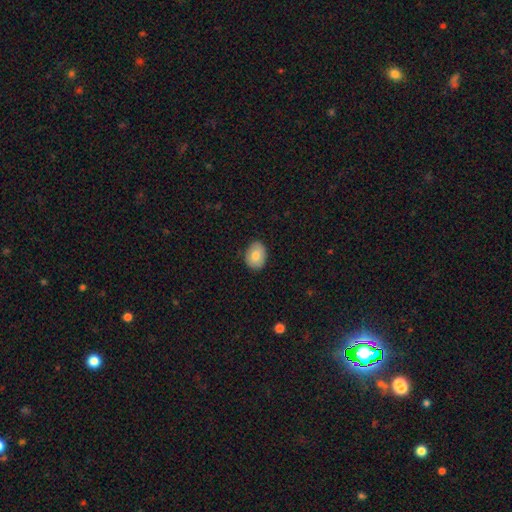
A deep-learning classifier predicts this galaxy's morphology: Smooth or featured: smooth — 79% (featured or disk — 14%)
How rounded: in between — 66% (round — 33%)
Merging: none — 84% (minor disturbance — 13%)